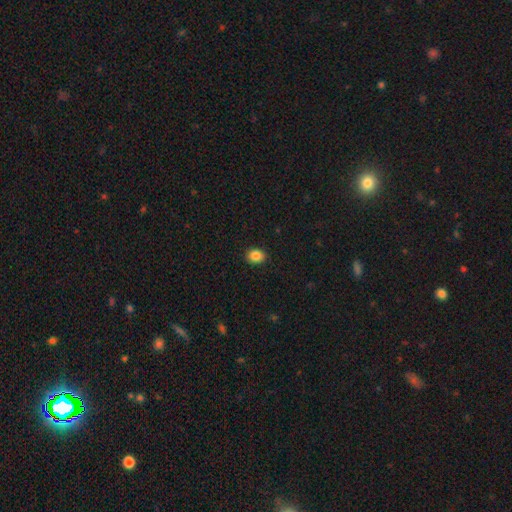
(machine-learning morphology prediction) smooth 87%, star or artifact 9%, featured or disk 4%. Down the decision tree: how rounded — in between (52%); merging — none (90%).